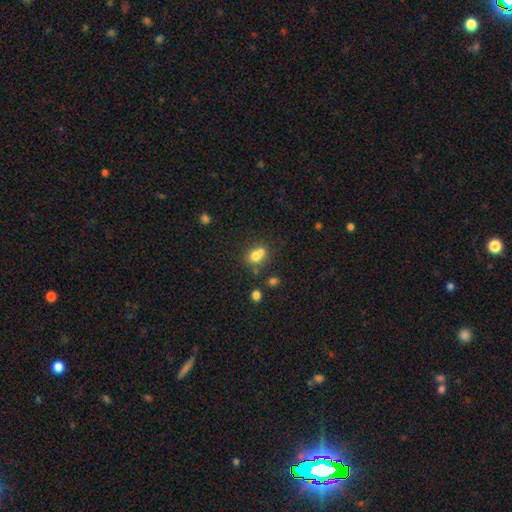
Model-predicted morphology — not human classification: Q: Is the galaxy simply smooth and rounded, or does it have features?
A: smooth — 73%.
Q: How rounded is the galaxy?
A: round — 50%.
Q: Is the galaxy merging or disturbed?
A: merger — 46%.